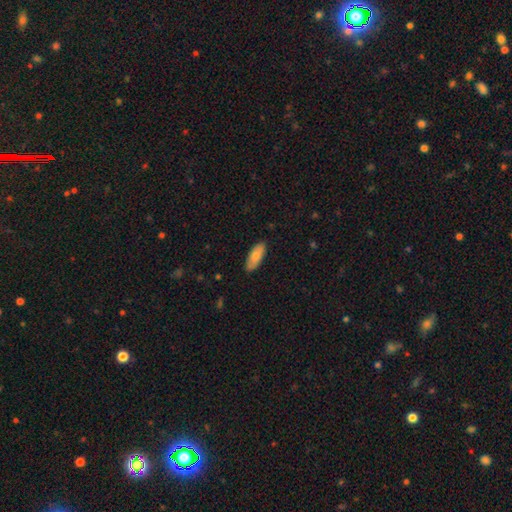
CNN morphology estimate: Smooth or featured?
  - smooth: 77% *
  - featured or disk: 17%
  - star or artifact: 6%
How rounded?
  - in between: 77% *
  - cigar-shaped: 21%
  - round: 2%
Merging?
  - none: 87% *
  - minor disturbance: 10%
  - major disturbance: 2%
  - merger: 1%